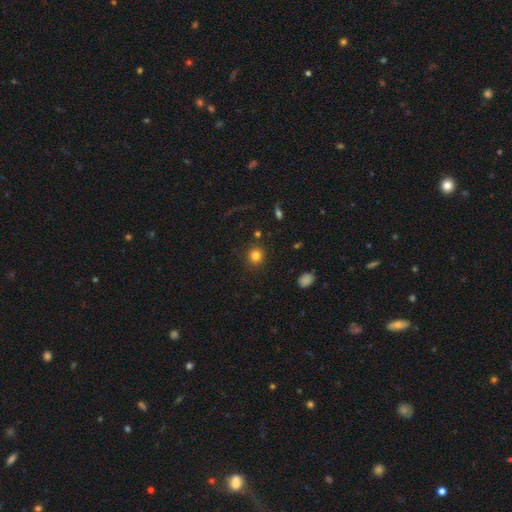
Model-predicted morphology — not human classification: smooth-or-featured: smooth: 82% | star or artifact: 12% | featured or disk: 6%
  how-rounded: round: 89% | in between: 10% | cigar-shaped: 1%
  merging: none: 89% | minor disturbance: 6% | major disturbance: 3% | merger: 2%